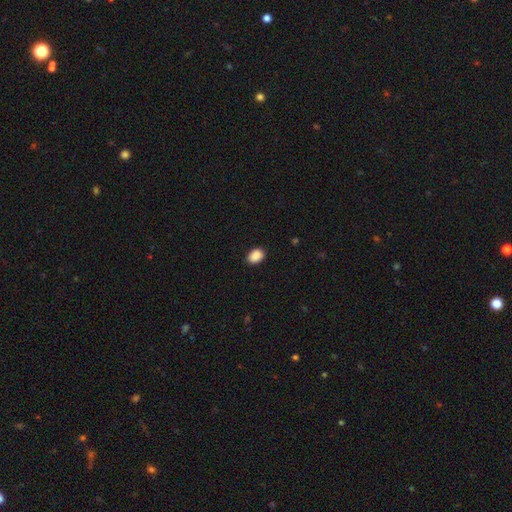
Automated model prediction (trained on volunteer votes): A smooth galaxy with no disk features (90%) that is in between round and cigar-shaped (71%).

Vote fractions:
- Smooth or featured? smooth: 90% / star or artifact: 8% / featured or disk: 2%
- How rounded? in between: 71% / round: 28% / cigar-shaped: 1%
- Merging? none: 88% / minor disturbance: 9% / major disturbance: 2% / merger: 1%